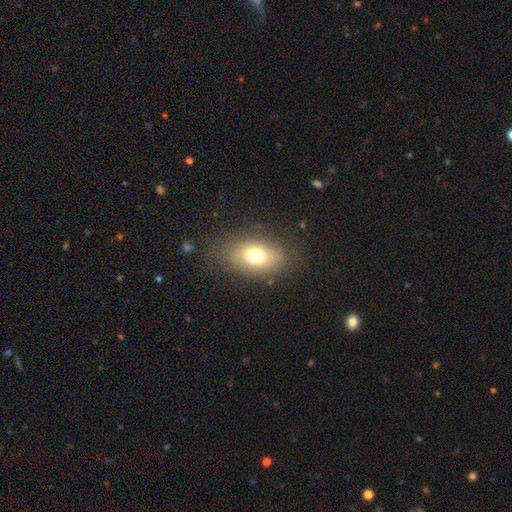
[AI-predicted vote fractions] Smooth or featured? Predicted: smooth (p=0.73). How rounded? Predicted: in between (p=0.83). Merging? Predicted: none (p=0.78).